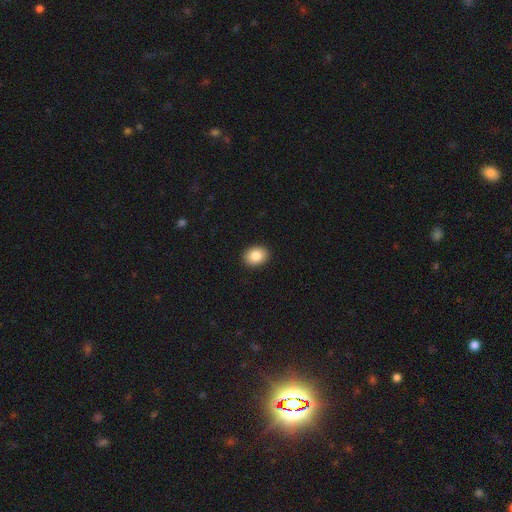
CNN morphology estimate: This appears to be a smooth galaxy with no disk features (85%) that is in between round and cigar-shaped (59%). Merging: none (92%).